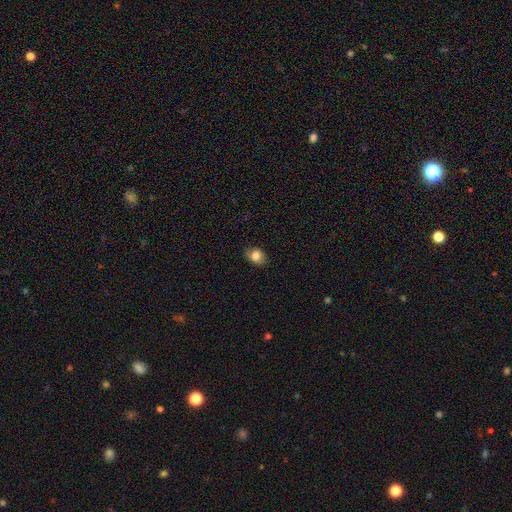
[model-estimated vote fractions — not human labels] Q: Smooth or featured?
A: smooth (82%); runner-up: star or artifact (9%)
Q: How rounded?
A: in between (68%); runner-up: round (31%)
Q: Merging?
A: none (85%); runner-up: minor disturbance (12%)